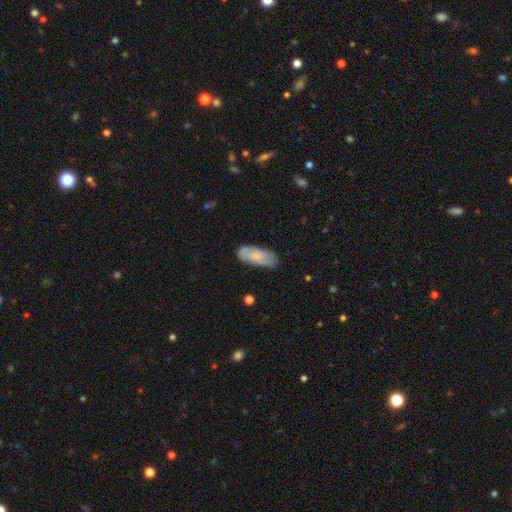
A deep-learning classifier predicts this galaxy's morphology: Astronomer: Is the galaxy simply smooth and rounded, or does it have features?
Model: smooth — 67%.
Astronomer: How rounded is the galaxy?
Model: in between — 81%.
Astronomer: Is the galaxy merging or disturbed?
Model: none — 72%.